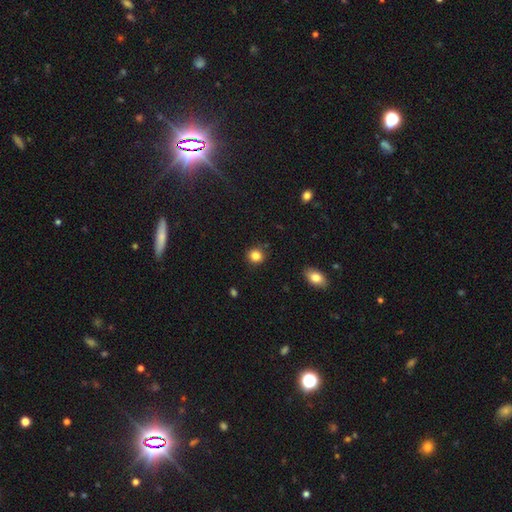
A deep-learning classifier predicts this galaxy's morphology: Smooth or featured? Predicted: smooth (p=0.84). How rounded? Predicted: round (p=0.88). Merging? Predicted: none (p=0.89).